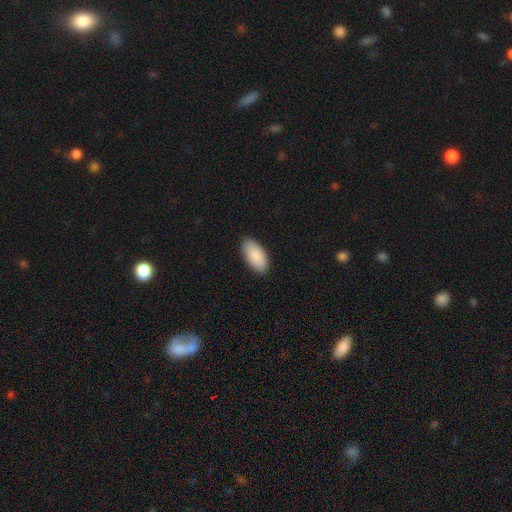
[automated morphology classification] type=smooth (90%); roundness=in between (95%); merging=none (89%).